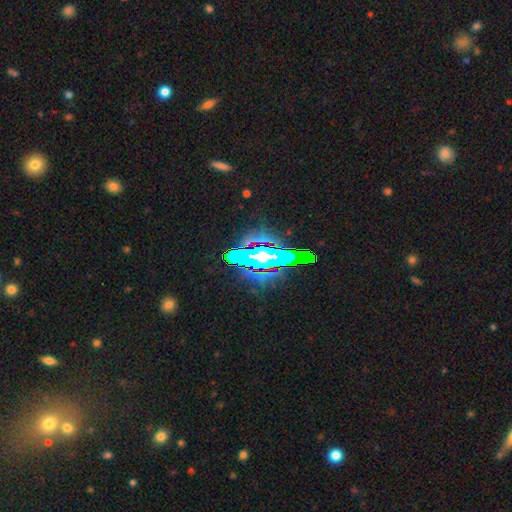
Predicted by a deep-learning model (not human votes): Overall: star or artifact (54%; featured or disk 27%).